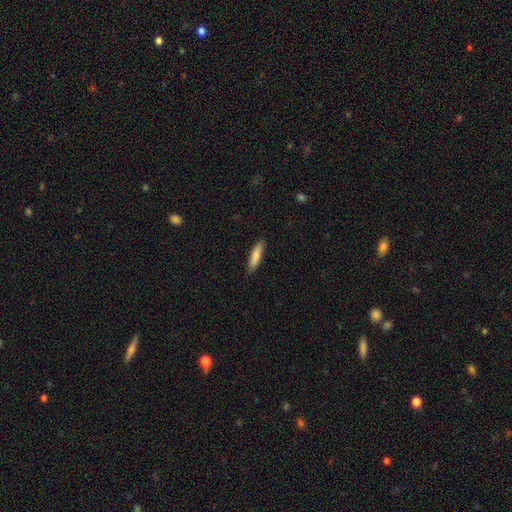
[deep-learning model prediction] Overall: smooth (84%). How rounded: cigar-shaped (75%). Merging: none (88%).